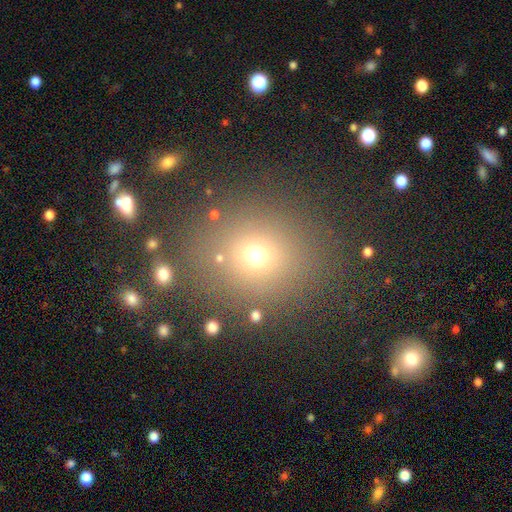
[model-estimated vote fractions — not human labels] smooth-or-featured: smooth: 66% | star or artifact: 24% | featured or disk: 10%
  how-rounded: round: 79% | in between: 20% | cigar-shaped: 1%
  merging: none: 83% | minor disturbance: 9% | major disturbance: 5% | merger: 4%